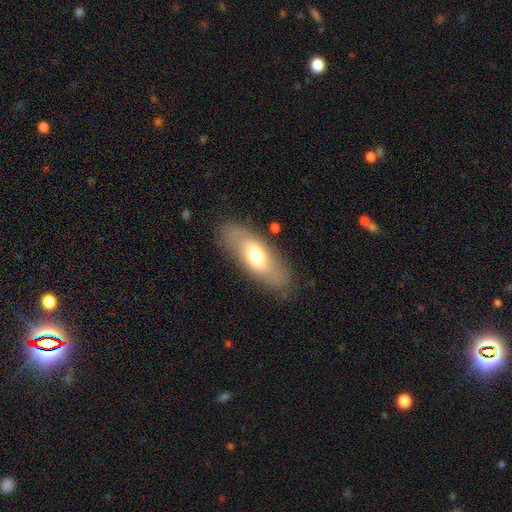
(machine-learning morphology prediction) A smooth galaxy with no disk features (59%) that is in between round and cigar-shaped (76%). Merging: none (82%).